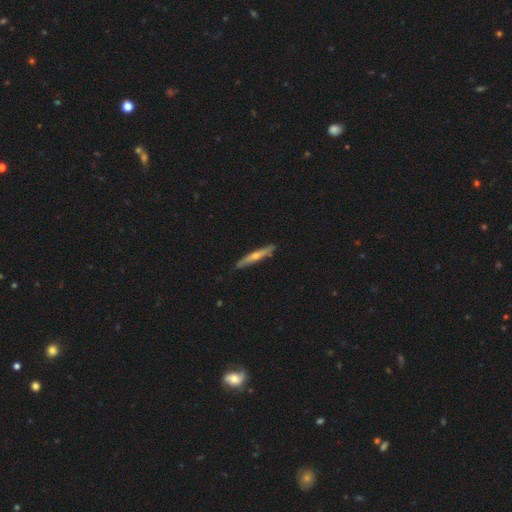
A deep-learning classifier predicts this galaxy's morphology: smooth-or-featured: featured or disk: 63% | smooth: 30% | star or artifact: 7%
  disk-edge-on: yes: 93% | no: 7%
    edge-on-bulge: rounded: 83% | none: 14% | boxy: 3%
  merging: none: 88% | minor disturbance: 9% | major disturbance: 2% | merger: 1%